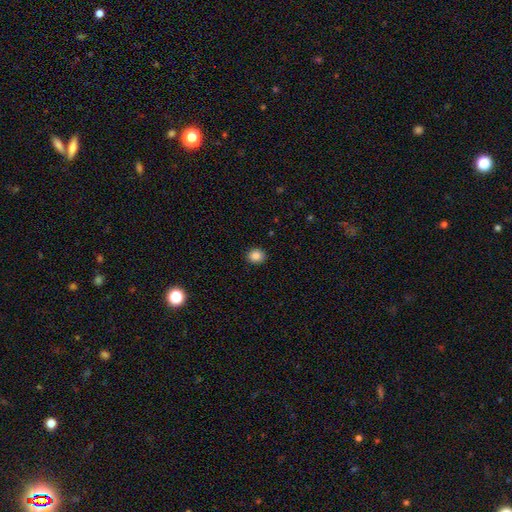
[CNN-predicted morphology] Smooth or featured? Predicted: smooth (p=0.86). How rounded? Predicted: round (p=0.75). Merging? Predicted: none (p=0.91).